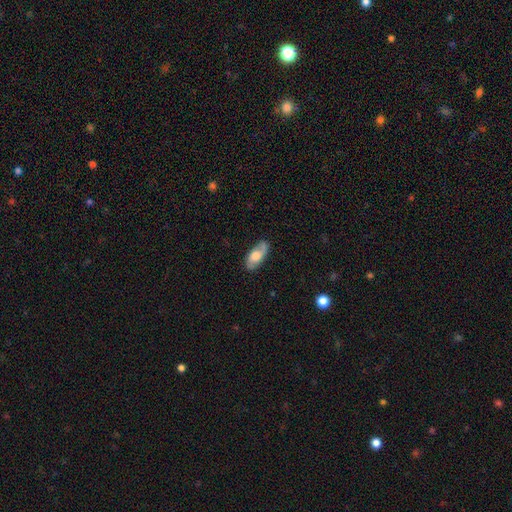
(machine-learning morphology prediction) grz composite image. It shows a featured or disk galaxy (50%). Merging: none (77%).